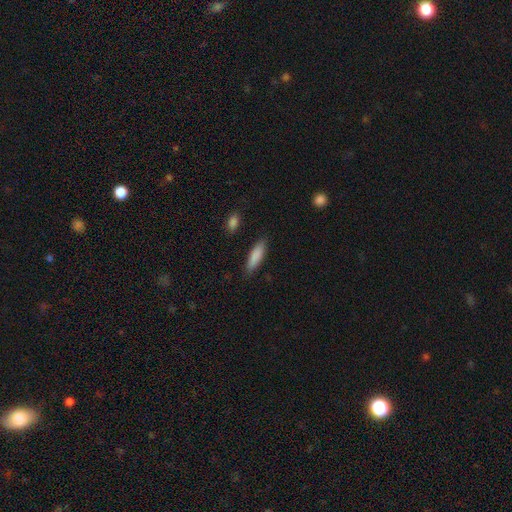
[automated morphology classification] Smooth or featured? smooth (86%)
How rounded? cigar-shaped (60%)
Merging? none (86%)